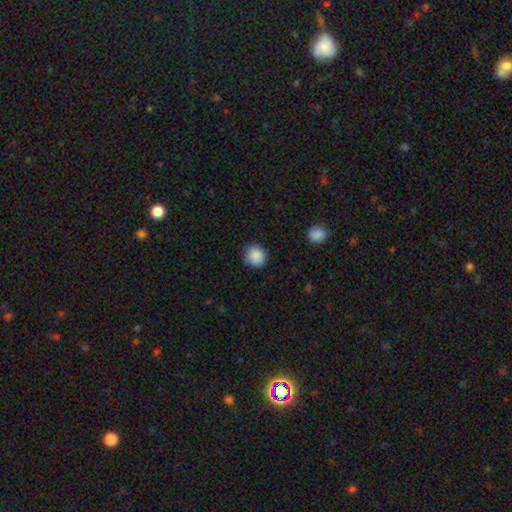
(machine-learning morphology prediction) A smooth galaxy with no disk features (89%) that is round (89%). Merging: none (86%).